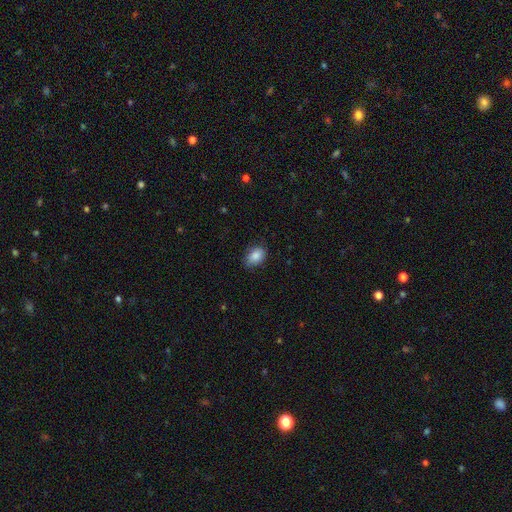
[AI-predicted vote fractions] Smooth or featured? Predicted: smooth (p=0.86). How rounded? Predicted: in between (p=0.78). Merging? Predicted: none (p=0.78).